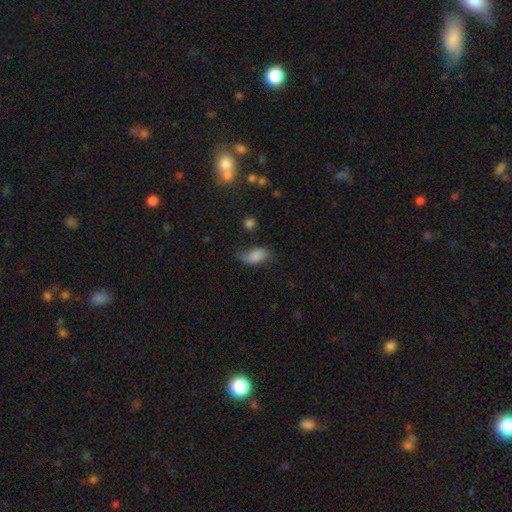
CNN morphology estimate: type=smooth (69%); roundness=in between (90%); merging=none (41%).